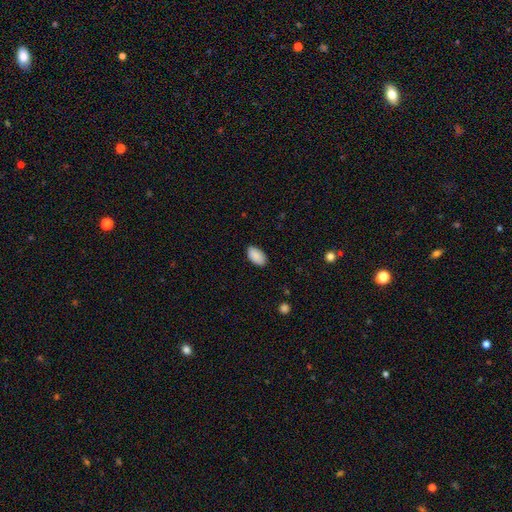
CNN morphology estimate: This appears to be a smooth galaxy with no disk features (90%) that is in between round and cigar-shaped (95%). Merging: none (86%).